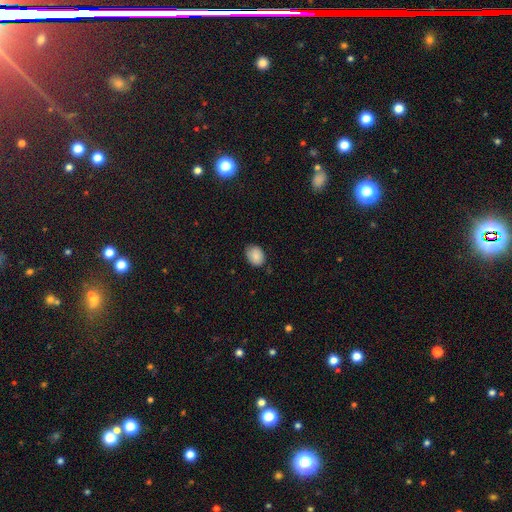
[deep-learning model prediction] This appears to be a smooth galaxy with no disk features (85%) that is in between round and cigar-shaped (66%). Merging: none (76%).